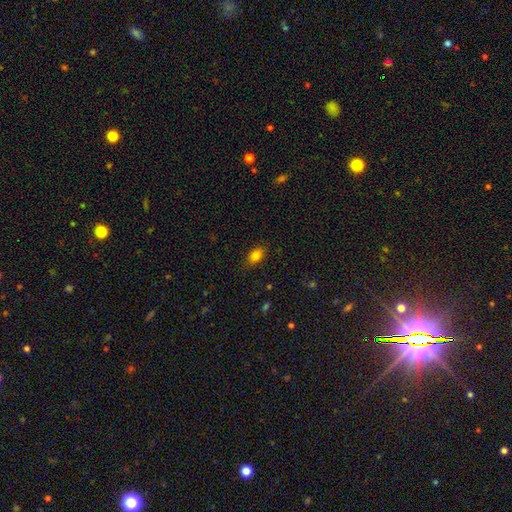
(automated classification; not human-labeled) This is clearly a smooth galaxy (81%). How rounded: clearly in between (86%). Merging: clearly none (85%).